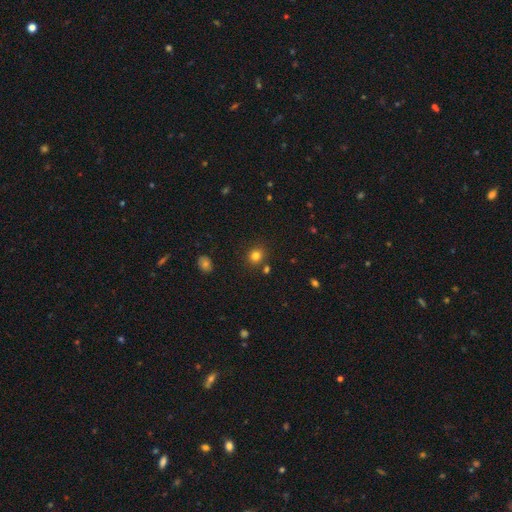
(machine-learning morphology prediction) type=smooth (80%); roundness=round (78%); merging=none (82%).